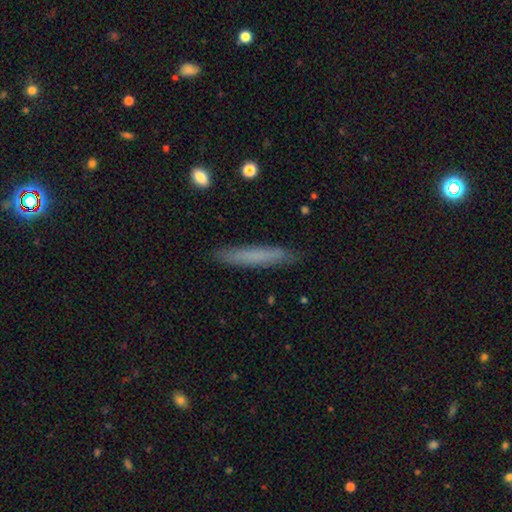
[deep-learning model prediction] smooth_or_featured: smooth (p=0.70) [alt: featured or disk p=0.24]
how_rounded: cigar-shaped (p=0.95) [alt: in between p=0.04]
merging: none (p=0.88) [alt: minor disturbance p=0.09]